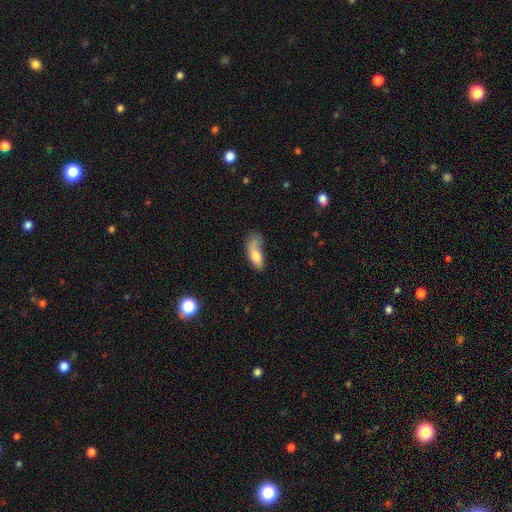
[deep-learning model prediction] smooth_or_featured: smooth (p=0.74) [alt: featured or disk p=0.19]
how_rounded: in between (p=0.74) [alt: cigar-shaped p=0.22]
merging: major disturbance (p=0.34) [alt: minor disturbance p=0.30]